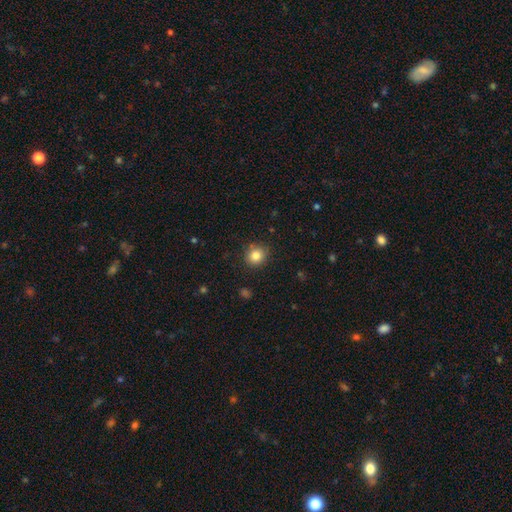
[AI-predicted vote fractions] Smooth or featured? Predicted: smooth (p=0.83). How rounded? Predicted: round (p=0.87). Merging? Predicted: none (p=0.86).